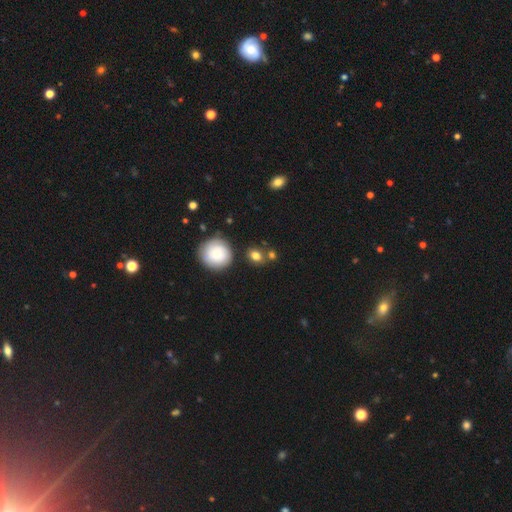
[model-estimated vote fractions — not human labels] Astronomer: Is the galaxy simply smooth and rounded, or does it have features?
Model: smooth — 79%.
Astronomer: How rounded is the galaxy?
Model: round — 59% (runner-up: in between, 39%).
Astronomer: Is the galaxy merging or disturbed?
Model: none — 69%.